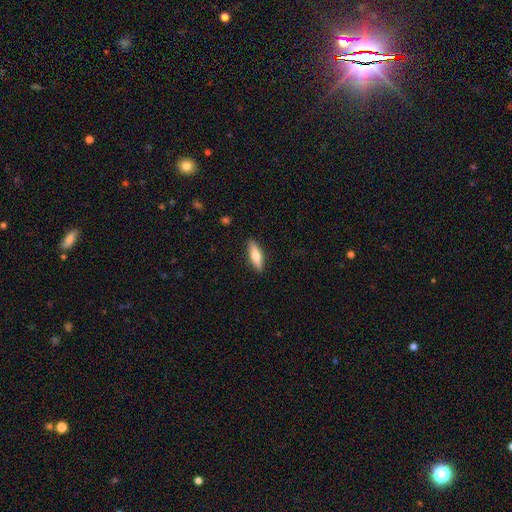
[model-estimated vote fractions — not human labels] smooth-or-featured: smooth: 60% | featured or disk: 34% | star or artifact: 6%
  how-rounded: cigar-shaped: 57% | in between: 41% | round: 2%
  merging: none: 89% | minor disturbance: 8% | major disturbance: 2% | merger: 1%